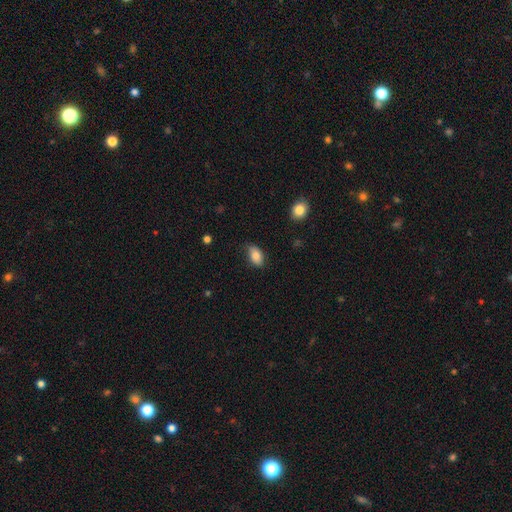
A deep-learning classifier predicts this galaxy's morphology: Smooth or featured: smooth — 82% (featured or disk — 10%)
How rounded: in between — 91% (round — 7%)
Merging: none — 72% (minor disturbance — 22%)